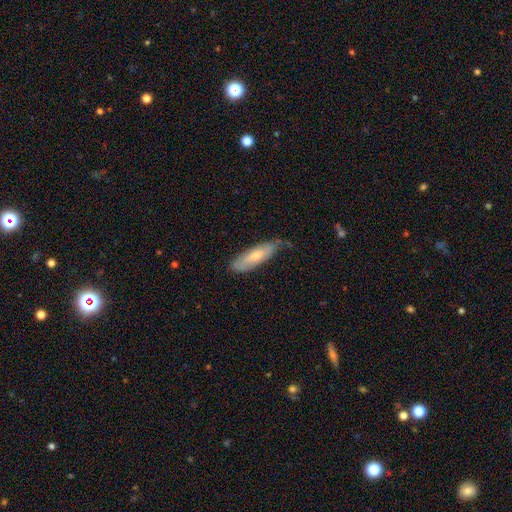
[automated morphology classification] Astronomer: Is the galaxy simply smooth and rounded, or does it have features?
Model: smooth — 59% (runner-up: featured or disk, 35%).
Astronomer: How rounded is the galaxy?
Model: cigar-shaped — 54% (runner-up: in between, 45%).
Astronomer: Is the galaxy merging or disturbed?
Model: none — 61%.